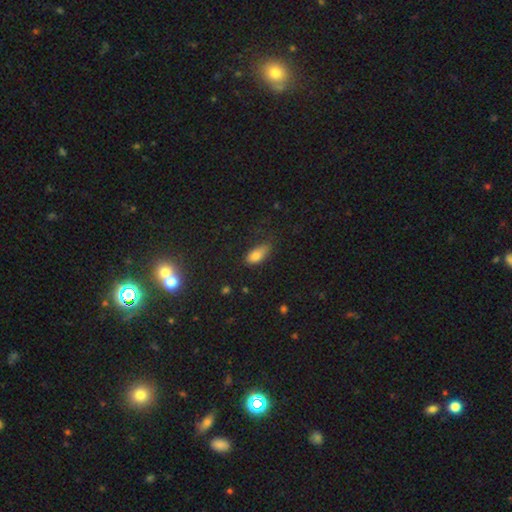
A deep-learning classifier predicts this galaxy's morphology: Smooth or featured? smooth (80%)
How rounded? in between (88%)
Merging? none (56%)